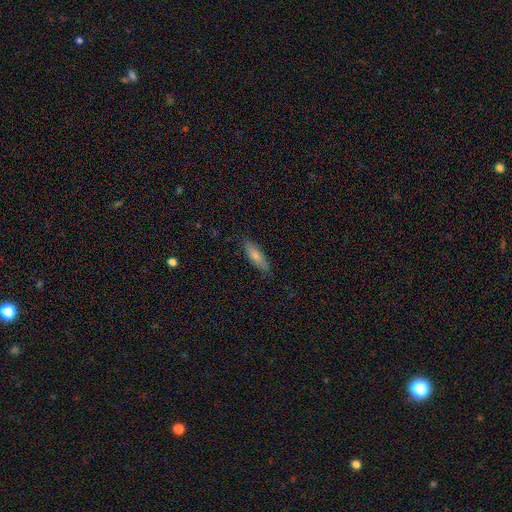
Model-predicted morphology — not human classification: smooth 72%, featured or disk 22%, star or artifact 6%. Down the decision tree: how rounded — cigar-shaped (57%); merging — none (85%).